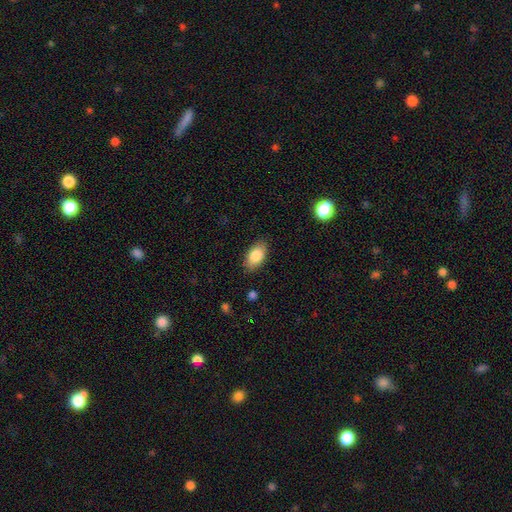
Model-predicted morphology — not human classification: type=smooth (84%); roundness=in between (93%); merging=none (85%).